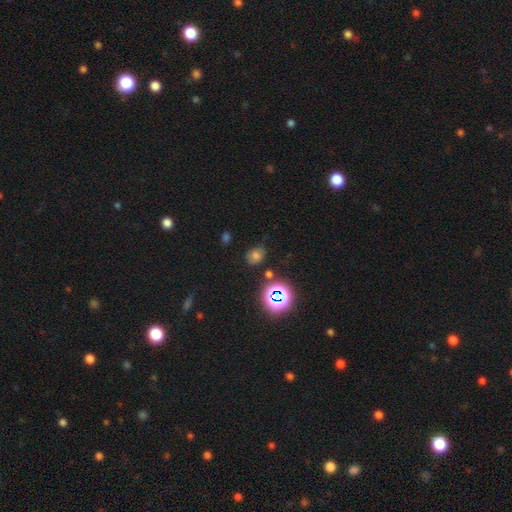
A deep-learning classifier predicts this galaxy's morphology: Q: Smooth or featured?
A: smooth (64%); runner-up: star or artifact (26%)
Q: How rounded?
A: round (50%); runner-up: in between (49%)
Q: Merging?
A: none (75%); runner-up: minor disturbance (17%)